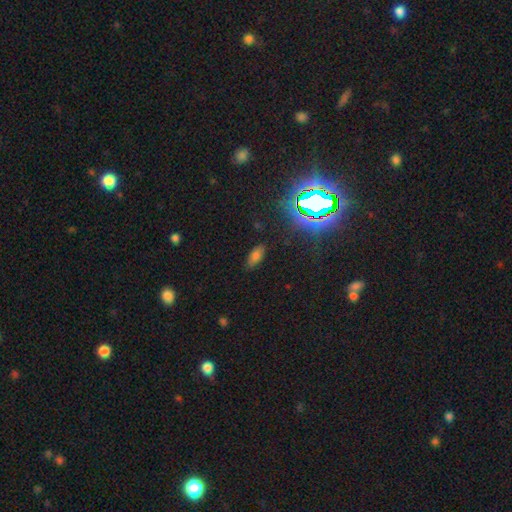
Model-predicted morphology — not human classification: A smooth galaxy with no disk features (69%) that is in between round and cigar-shaped (86%).

Vote fractions:
- Smooth or featured? smooth: 69% / star or artifact: 21% / featured or disk: 10%
- How rounded? in between: 86% / cigar-shaped: 10% / round: 4%
- Merging? none: 83% / minor disturbance: 12% / major disturbance: 3% / merger: 2%